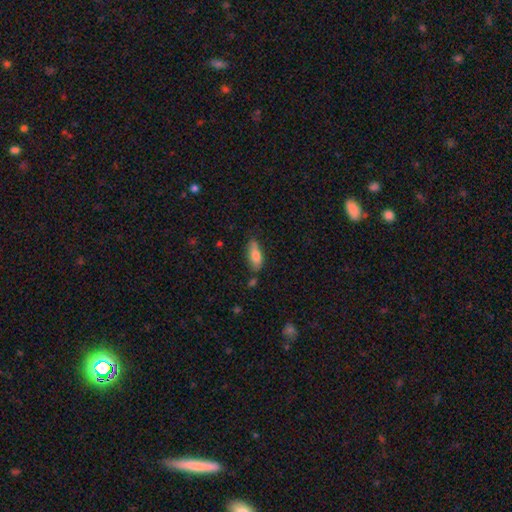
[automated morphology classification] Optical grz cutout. It shows a smooth galaxy with no disk features (80%) that is in between round and cigar-shaped (73%). Merging: none (66%).